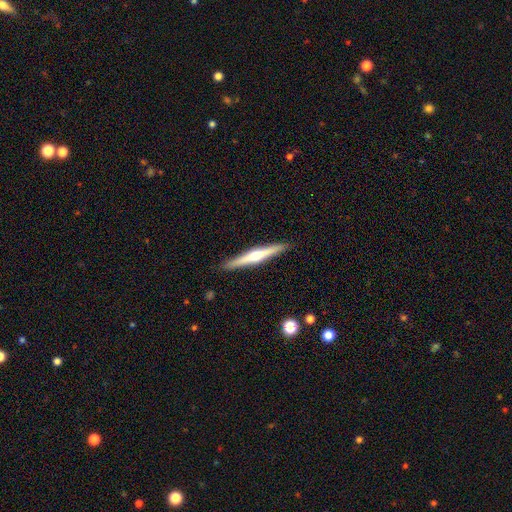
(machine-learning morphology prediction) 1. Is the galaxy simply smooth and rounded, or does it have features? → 67% featured or disk, 28% smooth, 5% star or artifact.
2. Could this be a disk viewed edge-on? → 98% yes, 2% no.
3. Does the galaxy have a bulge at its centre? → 85% rounded, 9% none, 6% boxy.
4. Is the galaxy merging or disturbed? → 91% none, 6% minor disturbance, 1% major disturbance, 1% merger.